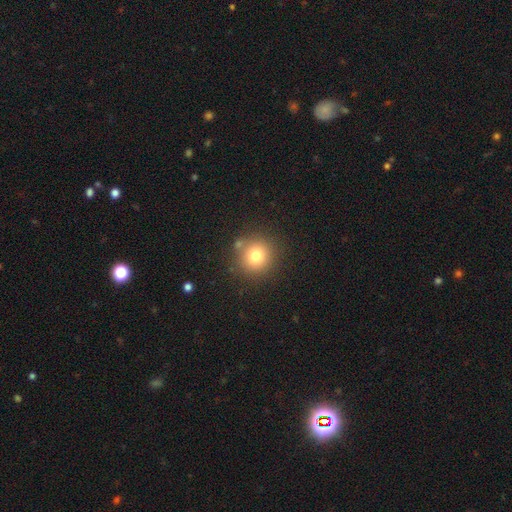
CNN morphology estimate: smooth 78%, star or artifact 13%, featured or disk 9%. Down the decision tree: how rounded — round (92%); merging — none (82%).